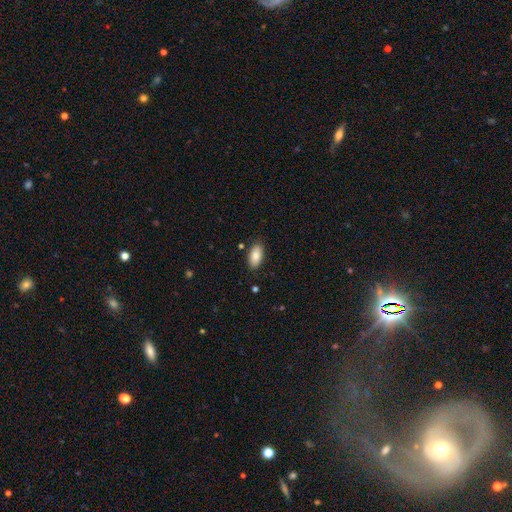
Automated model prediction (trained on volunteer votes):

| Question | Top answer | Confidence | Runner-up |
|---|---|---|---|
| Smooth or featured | smooth | 84% | featured or disk (9%) |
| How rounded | in between | 92% | cigar-shaped (5%) |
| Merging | none | 86% | minor disturbance (10%) |